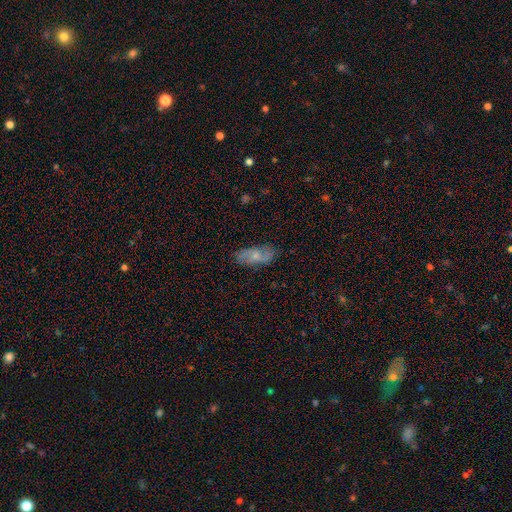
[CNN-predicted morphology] This is possibly a smooth galaxy (54%). How rounded: clearly in between (85%). Merging: likely none (76%).